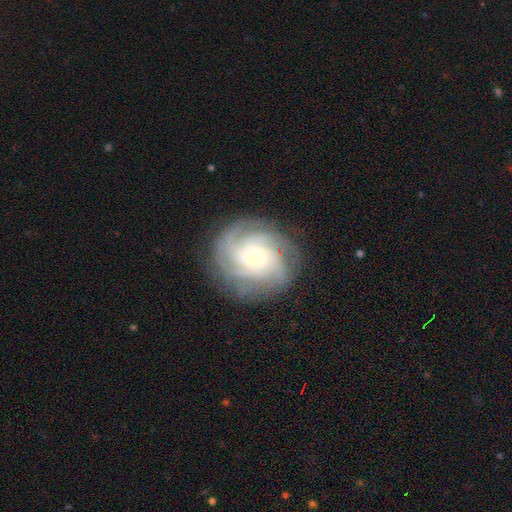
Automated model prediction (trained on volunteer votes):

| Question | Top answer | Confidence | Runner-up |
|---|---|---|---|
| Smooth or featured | featured or disk | 83% | smooth (10%) |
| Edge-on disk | no | 97% | yes (3%) |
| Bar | no | 71% | weak (24%) |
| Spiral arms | yes | 97% | no (3%) |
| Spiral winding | tight | 61% | medium (30%) |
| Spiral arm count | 4 | 28% | can't tell (24%) |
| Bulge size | small | 54% | moderate (36%) |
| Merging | none | 78% | minor disturbance (14%) |